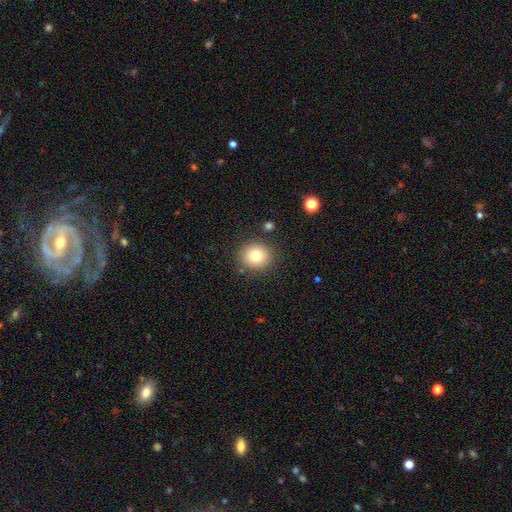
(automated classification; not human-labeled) Smooth or featured: smooth — 78% (star or artifact — 11%)
How rounded: round — 86% (in between — 13%)
Merging: none — 87% (minor disturbance — 8%)